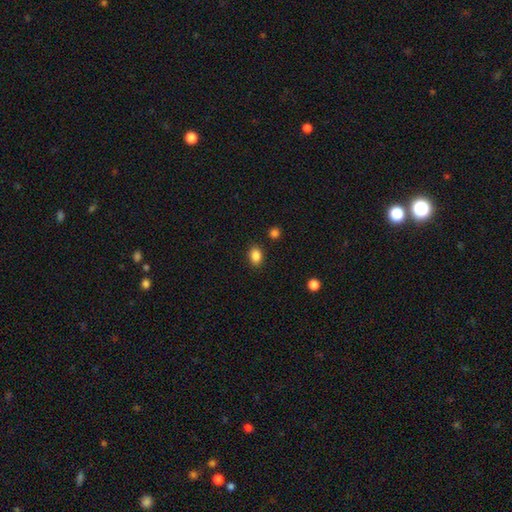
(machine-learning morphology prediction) Overall: smooth (86%). How rounded: in between (69%; round 30%). Merging: none (87%).